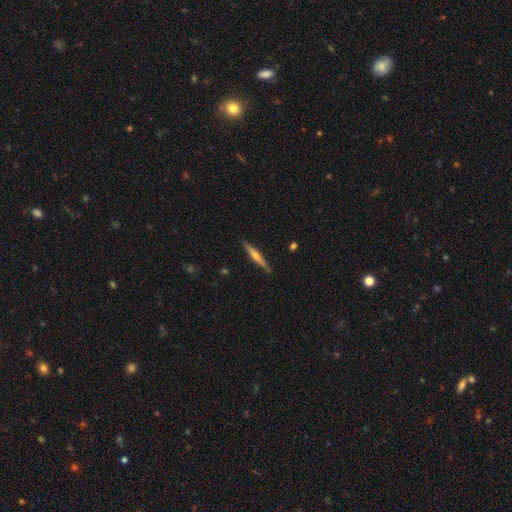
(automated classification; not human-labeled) The model was most divided on "smooth or featured": featured or disk: 57%, smooth: 37%, star or artifact: 6%. More confident: edge-on disk — yes (97%); merging — none (89%); edge-on bulge — rounded (77%).